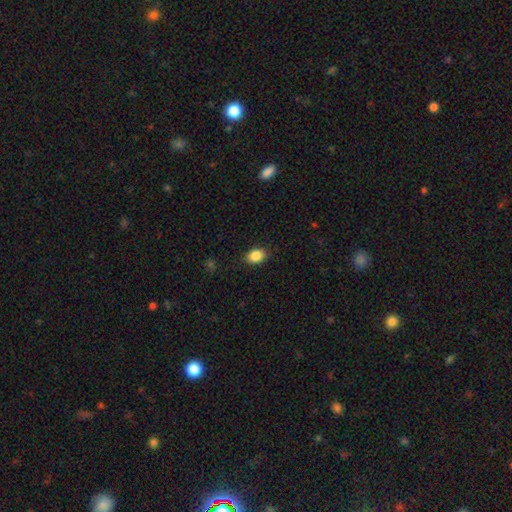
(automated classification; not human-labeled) Smooth or featured? Predicted: smooth (p=0.87). How rounded? Predicted: in between (p=0.79). Merging? Predicted: none (p=0.86).